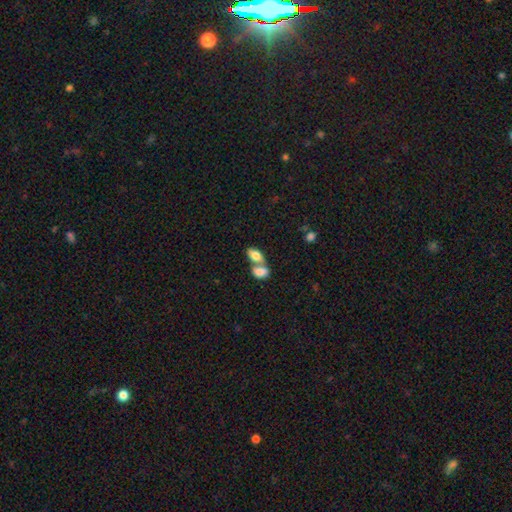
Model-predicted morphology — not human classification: Smooth or featured: smooth — 80% (featured or disk — 13%)
How rounded: in between — 90% (round — 7%)
Merging: merger — 64% (none — 26%)